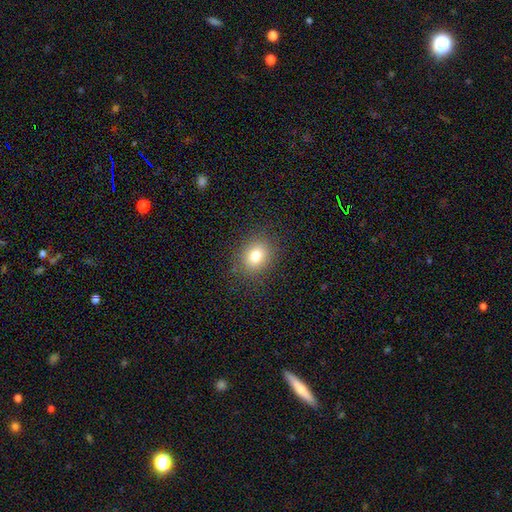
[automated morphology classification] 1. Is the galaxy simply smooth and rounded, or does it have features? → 80% smooth, 12% star or artifact, 8% featured or disk.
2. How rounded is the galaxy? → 61% round, 39% in between, 1% cigar-shaped.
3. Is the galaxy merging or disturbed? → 87% none, 9% minor disturbance, 3% major disturbance, 1% merger.